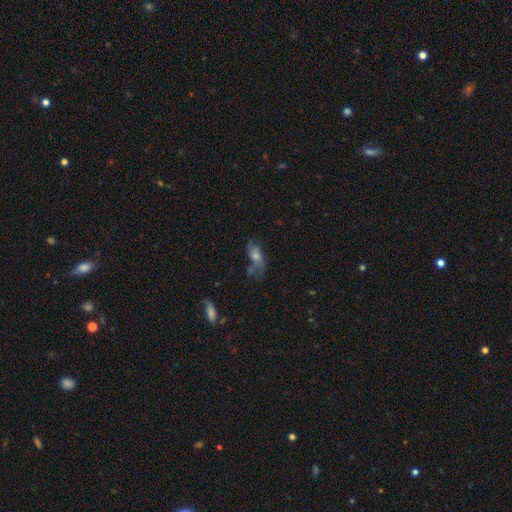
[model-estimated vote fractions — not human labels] Overall: featured or disk (50%; smooth 35%). Edge-on disk: no (85%). Merging: none (43%; major disturbance 26%).